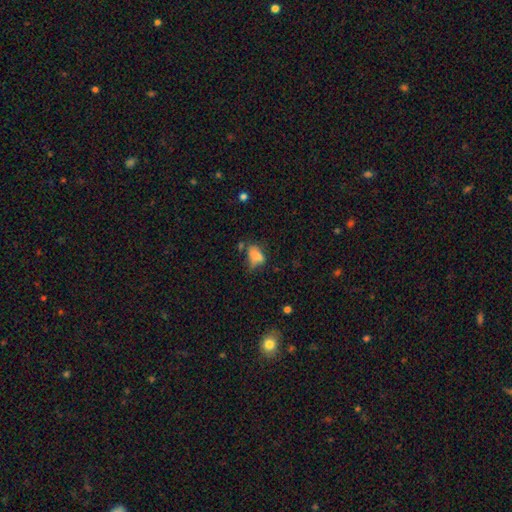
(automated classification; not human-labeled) Smooth or featured? Predicted: smooth (p=0.69). How rounded? Predicted: in between (p=0.84). Merging? Predicted: none (p=0.34).